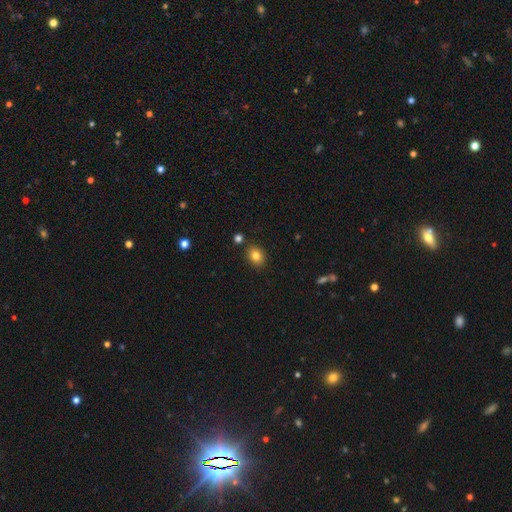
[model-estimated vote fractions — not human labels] Morphology: type=smooth (81%); roundness=in between (50%); merging=none (84%).